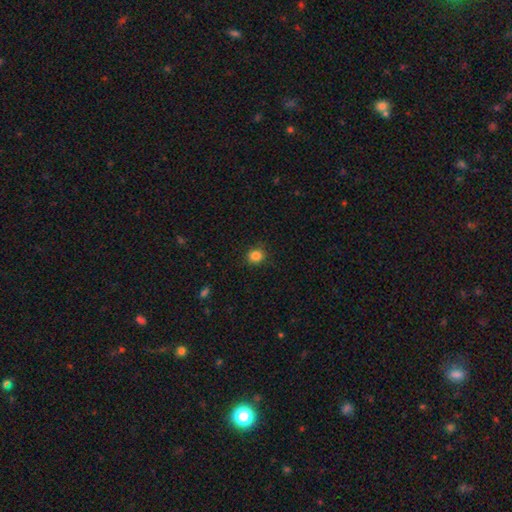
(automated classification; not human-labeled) Morphology: type=smooth (85%); roundness=round (79%); merging=none (86%).